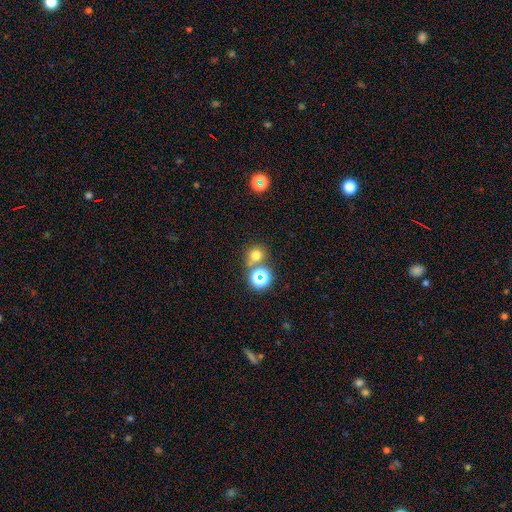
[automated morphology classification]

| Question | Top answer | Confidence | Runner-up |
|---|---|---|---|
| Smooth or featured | smooth | 67% | star or artifact (26%) |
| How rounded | round | 88% | in between (11%) |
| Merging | none | 68% | merger (21%) |